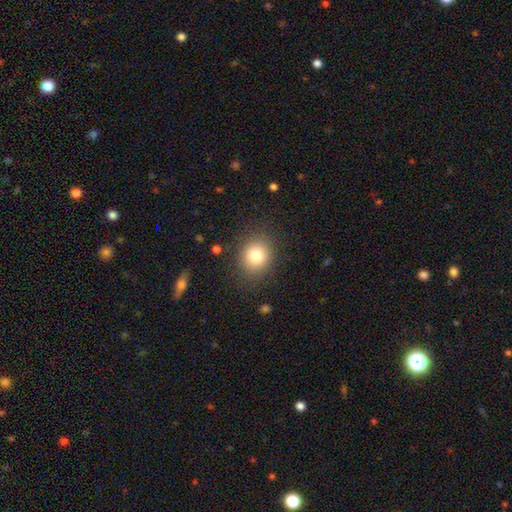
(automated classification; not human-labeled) A smooth galaxy with no disk features (81%) that is round (71%). Merging: none (86%).